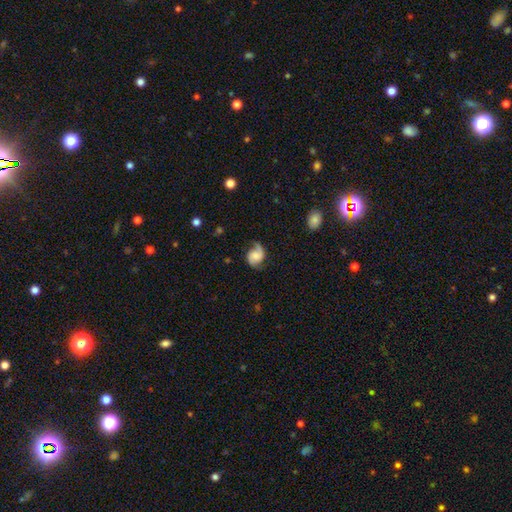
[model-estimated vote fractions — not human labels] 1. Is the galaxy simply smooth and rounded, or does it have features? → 67% featured or disk, 25% smooth, 8% star or artifact.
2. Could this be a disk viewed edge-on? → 98% no, 2% yes.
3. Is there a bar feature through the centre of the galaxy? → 60% no, 33% weak, 8% strong.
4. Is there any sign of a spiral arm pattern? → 94% yes, 6% no.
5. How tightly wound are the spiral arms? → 41% loose (tied), 41% medium (tied), 18% tight.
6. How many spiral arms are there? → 78% 2, 15% 1, 4% can't tell, 1% 3, 1% 4, 1% more than 4.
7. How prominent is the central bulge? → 32% small (tied), 32% moderate (tied), 21% none, 12% large, 3% dominant.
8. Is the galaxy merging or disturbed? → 61% none, 25% minor disturbance, 12% major disturbance, 2% merger.